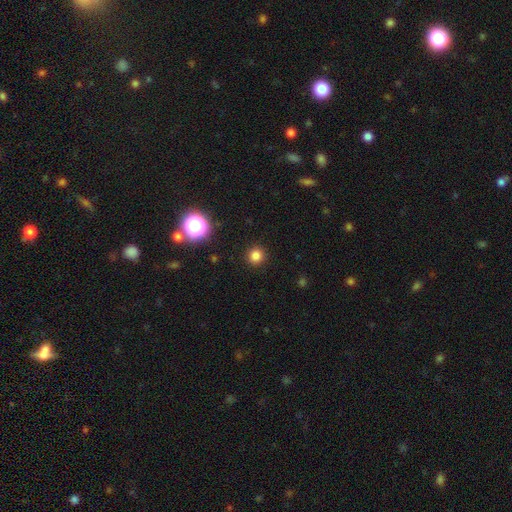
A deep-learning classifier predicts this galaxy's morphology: A smooth galaxy with no disk features (81%) that is round (95%).

Vote fractions:
- Smooth or featured? smooth: 81% / star or artifact: 15% / featured or disk: 4%
- How rounded? round: 95% / in between: 4% / cigar-shaped: 1%
- Merging? none: 92% / minor disturbance: 4% / major disturbance: 2% / merger: 1%